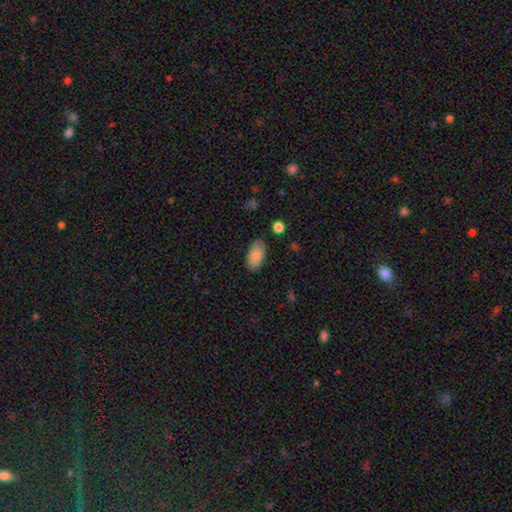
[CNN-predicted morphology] Smooth or featured: smooth — 86% (featured or disk — 7%)
How rounded: in between — 94% (round — 3%)
Merging: none — 83% (minor disturbance — 12%)